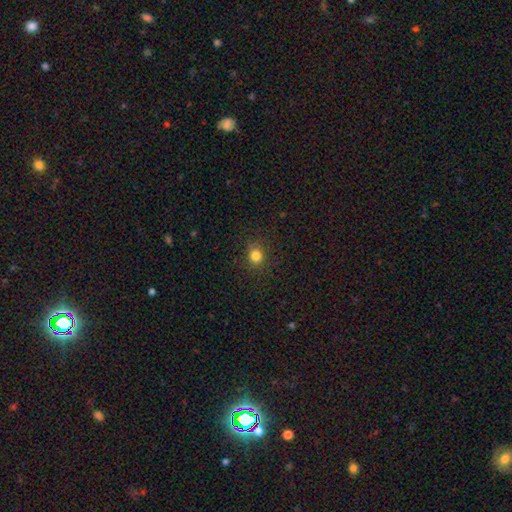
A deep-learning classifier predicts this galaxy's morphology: Q: Smooth or featured?
A: smooth (82%); runner-up: star or artifact (13%)
Q: How rounded?
A: round (86%); runner-up: in between (13%)
Q: Merging?
A: none (87%); runner-up: minor disturbance (9%)